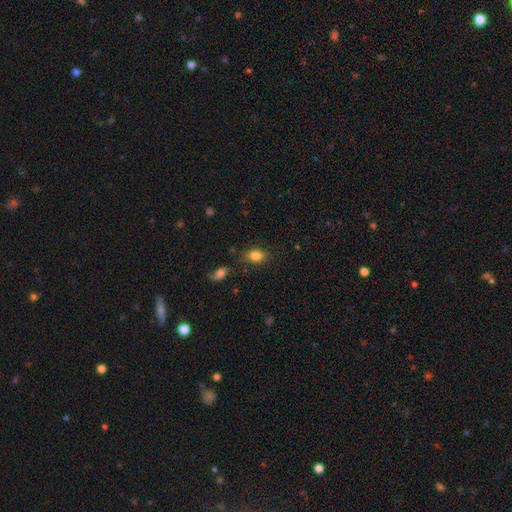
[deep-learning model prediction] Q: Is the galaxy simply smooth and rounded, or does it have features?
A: smooth — 83%.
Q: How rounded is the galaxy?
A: in between — 76%.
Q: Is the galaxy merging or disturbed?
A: none — 78%.